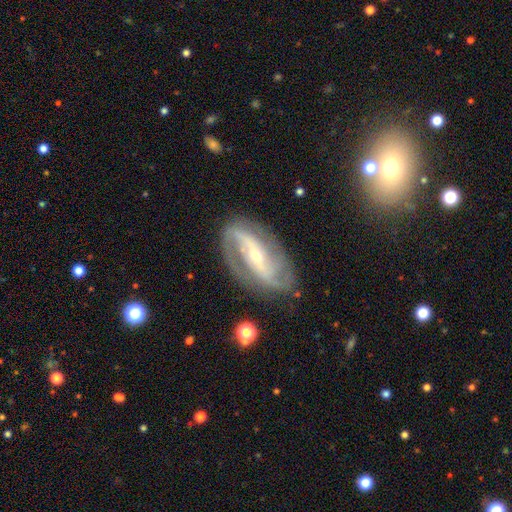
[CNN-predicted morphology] Smooth or featured? Predicted: featured or disk (p=0.87). Edge-on disk? Predicted: no (p=0.94). Bar? Predicted: strong (p=0.48). Spiral arms? Predicted: yes (p=0.95). Spiral winding? Predicted: medium (p=0.43). Spiral arm count? Predicted: 2 (p=0.76). Bulge size? Predicted: small (p=0.65). Merging? Predicted: none (p=0.77).